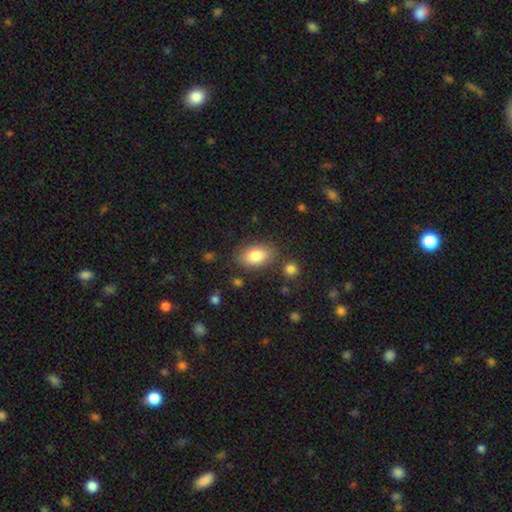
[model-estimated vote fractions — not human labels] smooth-or-featured: smooth: 83% | featured or disk: 10% | star or artifact: 7%
  how-rounded: in between: 90% | round: 8% | cigar-shaped: 2%
  merging: none: 79% | minor disturbance: 13% | merger: 4% | major disturbance: 4%